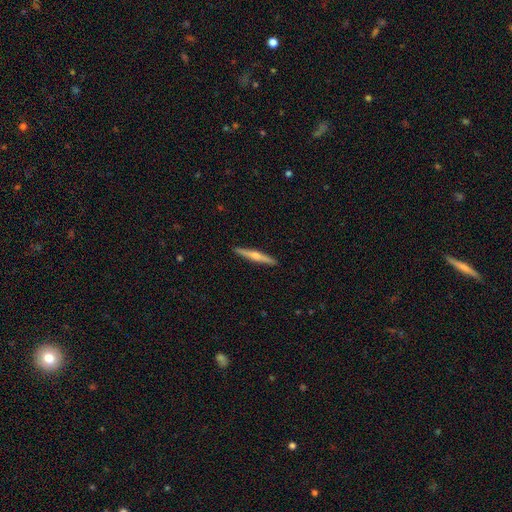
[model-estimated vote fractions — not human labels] Q: Smooth or featured?
A: featured or disk (58%); runner-up: smooth (36%)
Q: Edge-on disk?
A: yes (98%); runner-up: no (2%)
Q: Edge-on bulge?
A: rounded (83%); runner-up: none (11%)
Q: Merging?
A: none (91%); runner-up: minor disturbance (6%)